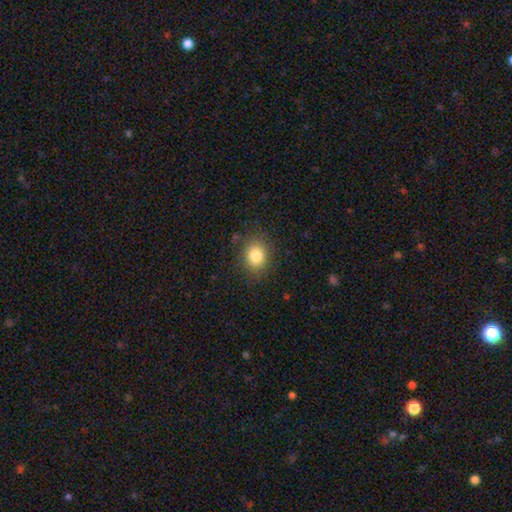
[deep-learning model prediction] A smooth galaxy with no disk features (82%) that is round (63%).

Vote fractions:
- Smooth or featured? smooth: 82% / star or artifact: 11% / featured or disk: 7%
- How rounded? round: 63% / in between: 36% / cigar-shaped: 1%
- Merging? none: 85% / minor disturbance: 10% / major disturbance: 3% / merger: 1%